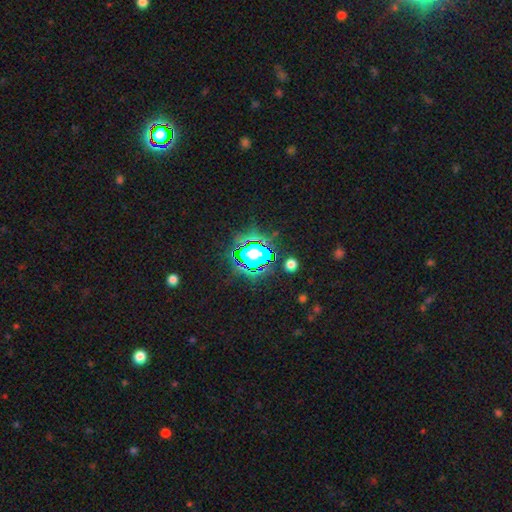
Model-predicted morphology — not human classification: Overall: star or artifact (61%; smooth 25%).